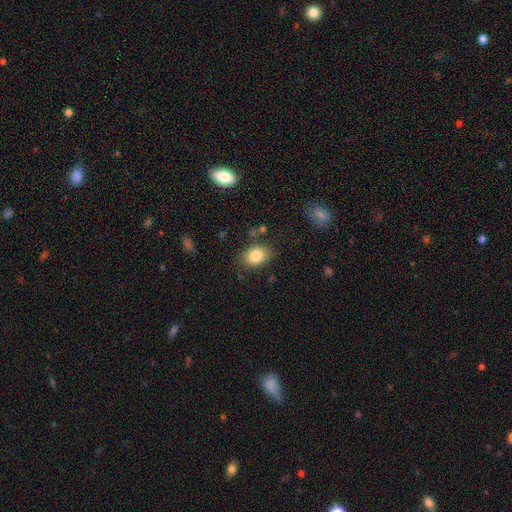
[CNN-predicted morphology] Smooth or featured? Predicted: smooth (p=0.83). How rounded? Predicted: in between (p=0.77). Merging? Predicted: none (p=0.80).